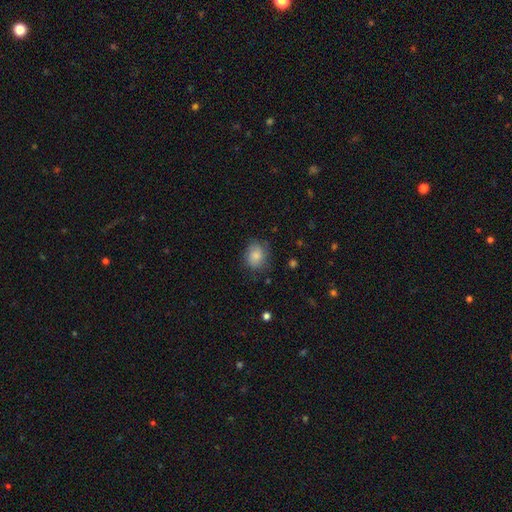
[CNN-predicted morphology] This appears to be a smooth galaxy with no disk features (83%) that is round (62%). Merging: none (71%).